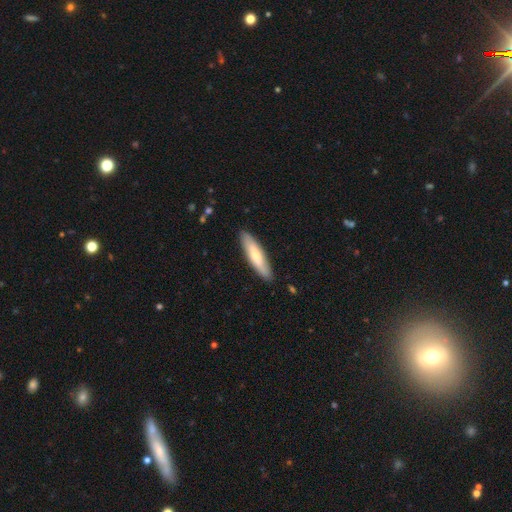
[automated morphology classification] smooth_or_featured: smooth (p=0.65) [alt: featured or disk p=0.30]
how_rounded: cigar-shaped (p=0.75) [alt: in between p=0.24]
merging: none (p=0.87) [alt: minor disturbance p=0.10]